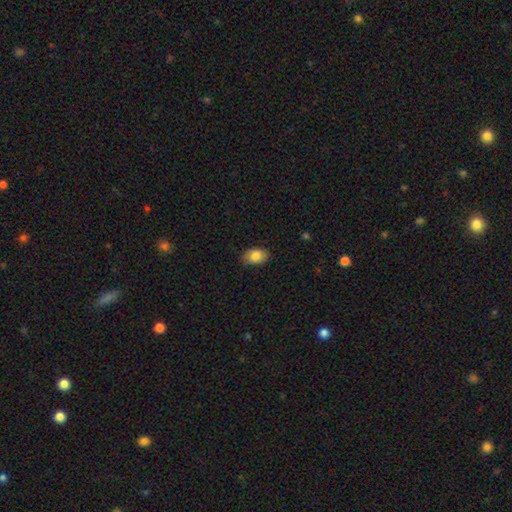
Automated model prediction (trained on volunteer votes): Smooth or featured: smooth — 84% (featured or disk — 9%)
How rounded: in between — 87% (round — 11%)
Merging: none — 84% (minor disturbance — 13%)